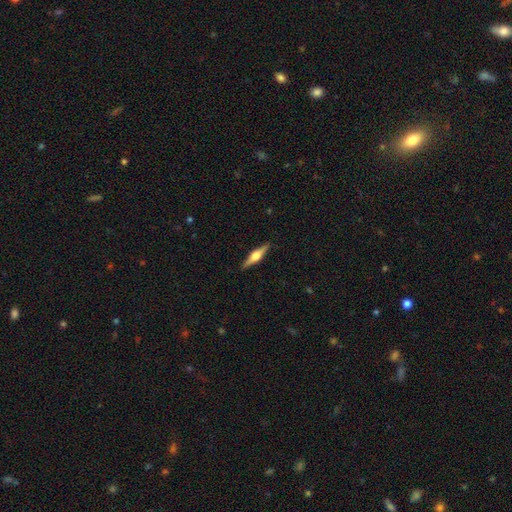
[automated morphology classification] Q: Smooth or featured?
A: featured or disk (69%); runner-up: smooth (26%)
Q: Edge-on disk?
A: yes (97%); runner-up: no (3%)
Q: Edge-on bulge?
A: rounded (90%); runner-up: boxy (8%)
Q: Merging?
A: none (90%); runner-up: minor disturbance (7%)